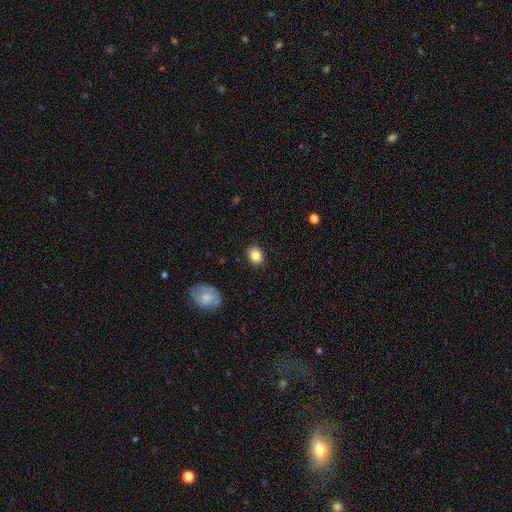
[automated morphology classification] Smooth or featured? Predicted: smooth (p=0.86). How rounded? Predicted: in between (p=0.60). Merging? Predicted: none (p=0.88).